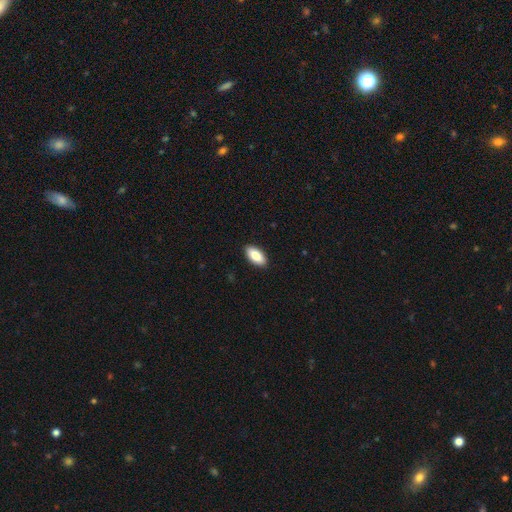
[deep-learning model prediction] Smooth or featured? smooth (87%)
How rounded? in between (93%)
Merging? none (90%)